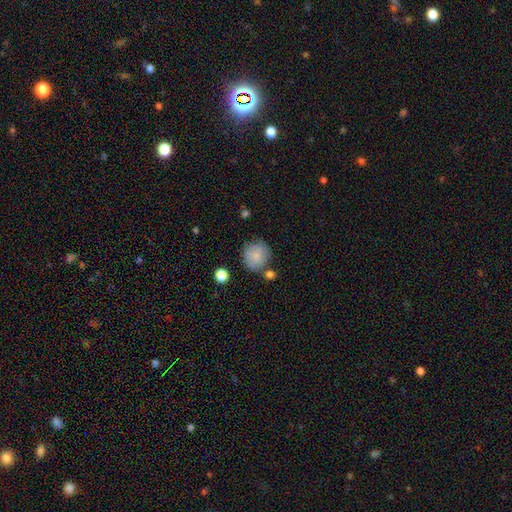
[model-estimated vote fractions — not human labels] Morphology: type=smooth (83%); roundness=round (90%); merging=none (68%).